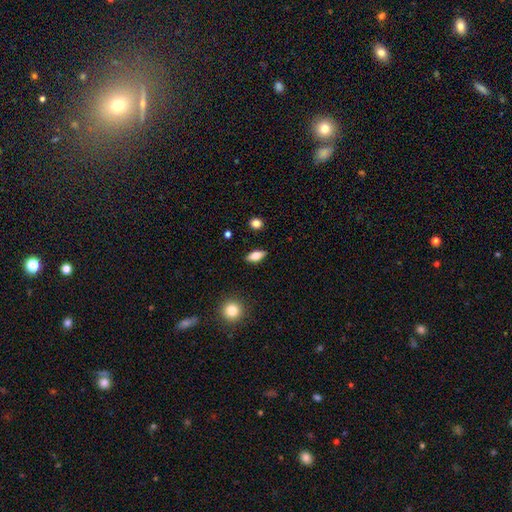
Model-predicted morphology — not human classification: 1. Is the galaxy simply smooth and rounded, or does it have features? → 65% smooth, 27% featured or disk, 8% star or artifact.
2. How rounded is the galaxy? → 76% in between, 19% cigar-shaped, 5% round.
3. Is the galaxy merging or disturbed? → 87% none, 9% minor disturbance, 2% major disturbance, 1% merger.